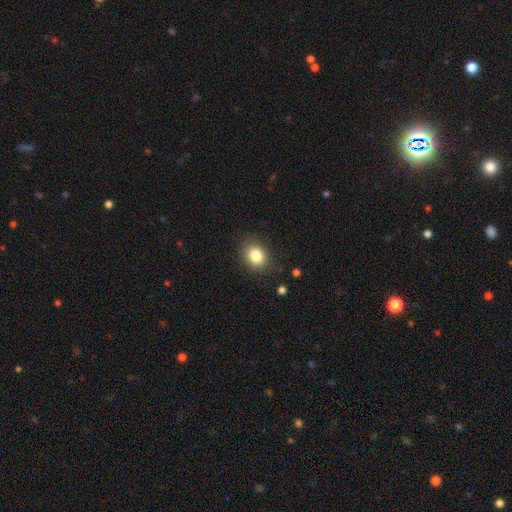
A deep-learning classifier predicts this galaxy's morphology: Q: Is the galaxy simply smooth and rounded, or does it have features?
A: smooth — 83%.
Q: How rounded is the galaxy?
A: round — 51%.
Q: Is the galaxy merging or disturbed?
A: none — 85%.